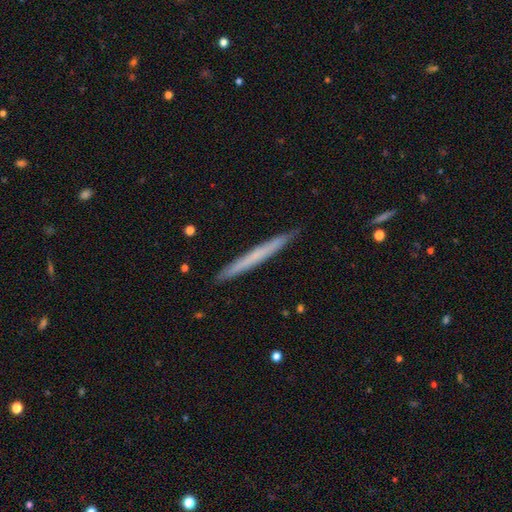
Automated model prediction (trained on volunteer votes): Morphology: type=smooth (55%); roundness=cigar-shaped (97%); merging=none (91%).